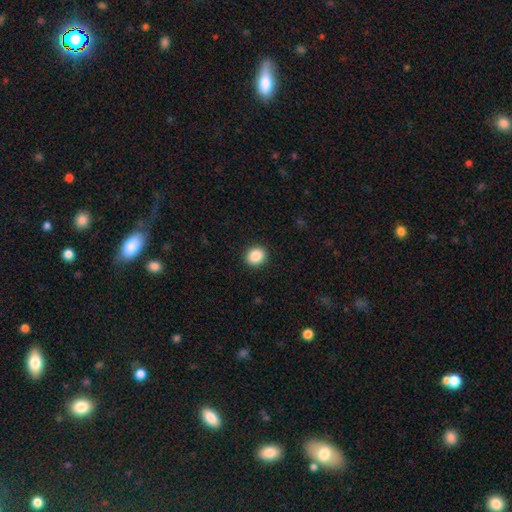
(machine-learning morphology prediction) smooth-or-featured: smooth: 88% | star or artifact: 9% | featured or disk: 3%
  how-rounded: round: 74% | in between: 26% | cigar-shaped: 1%
  merging: none: 91% | minor disturbance: 6% | major disturbance: 2% | merger: 1%